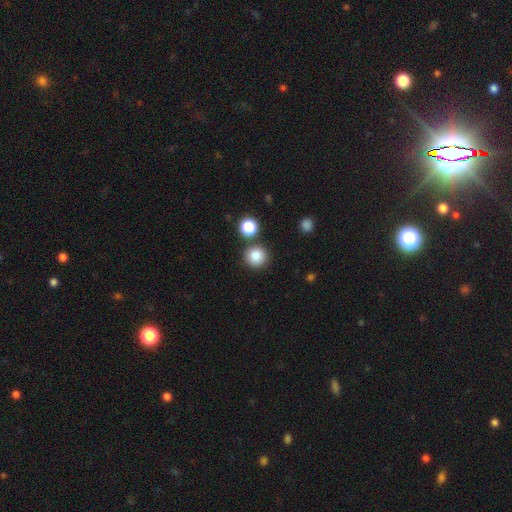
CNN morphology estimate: Smooth or featured: smooth — 84% (star or artifact — 10%)
How rounded: round — 93% (in between — 6%)
Merging: none — 80% (merger — 10%)